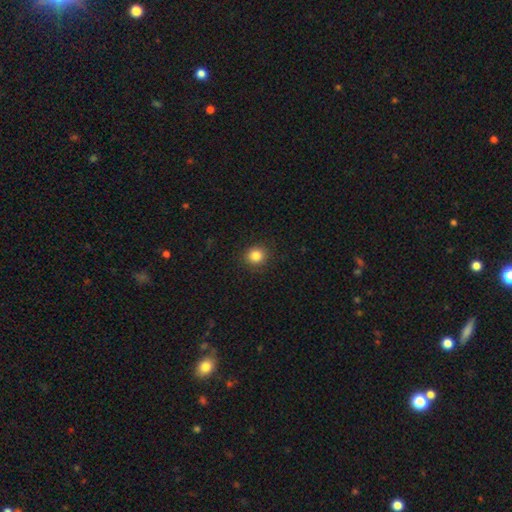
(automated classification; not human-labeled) smooth-or-featured: smooth: 85% | star or artifact: 11% | featured or disk: 4%
  how-rounded: round: 89% | in between: 10% | cigar-shaped: 1%
  merging: none: 89% | minor disturbance: 7% | major disturbance: 2% | merger: 1%